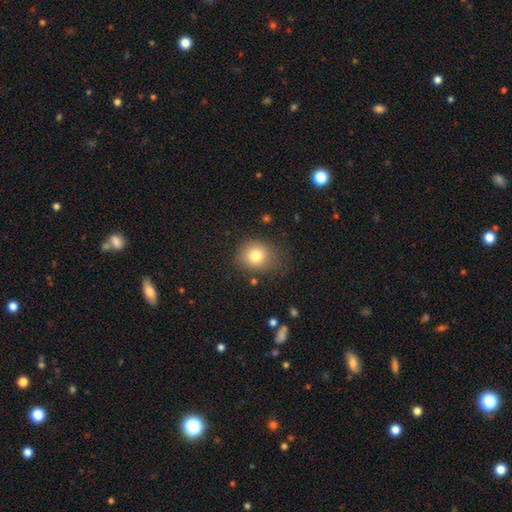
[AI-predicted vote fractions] Smooth or featured: smooth — 79% (star or artifact — 11%)
How rounded: round — 74% (in between — 25%)
Merging: none — 74% (minor disturbance — 18%)